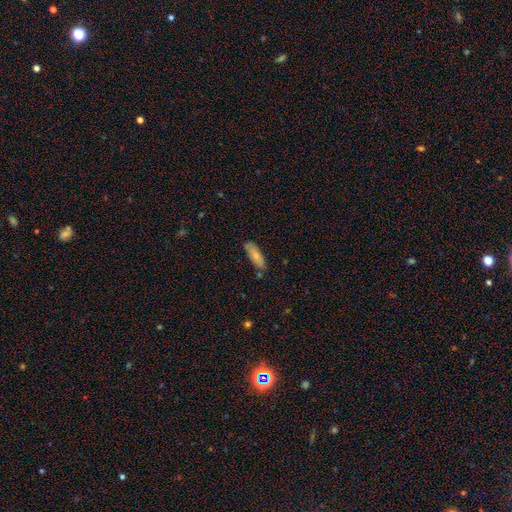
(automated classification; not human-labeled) This is likely a smooth galaxy (77%). How rounded: possibly in between (59%). Merging: likely none (74%).